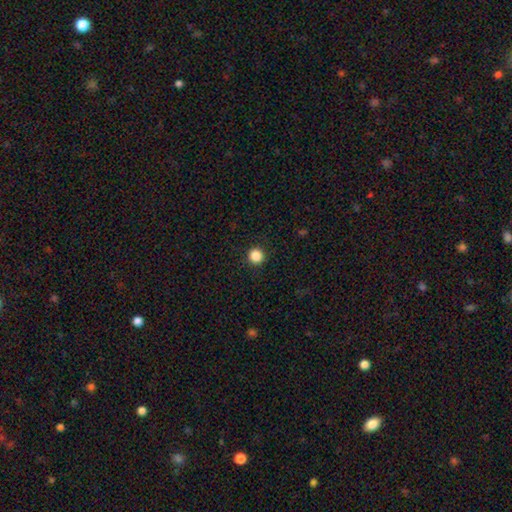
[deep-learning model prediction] Smooth or featured? Predicted: smooth (p=0.86). How rounded? Predicted: round (p=0.95). Merging? Predicted: none (p=0.93).